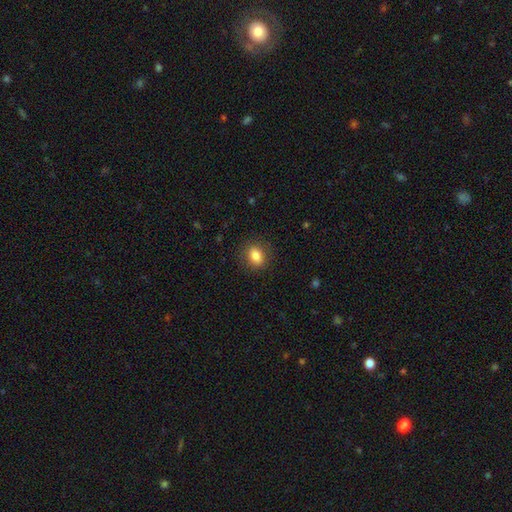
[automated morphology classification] The model was most divided on "how rounded": in between: 64%, round: 34%, cigar-shaped: 2%. More confident: merging — none (86%); smooth or featured — smooth (84%).